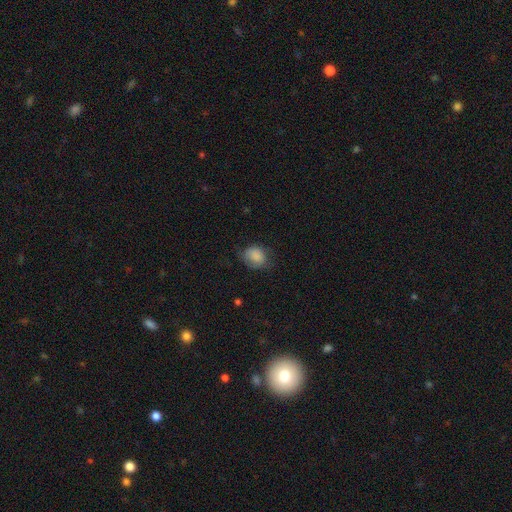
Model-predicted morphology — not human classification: A smooth galaxy with no disk features (82%) that is round (51%). Merging: none (56%).